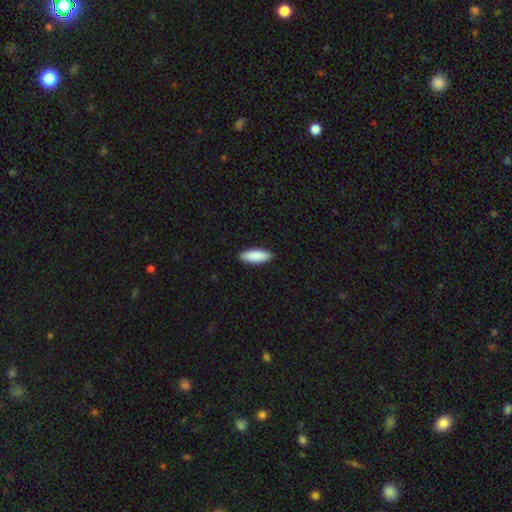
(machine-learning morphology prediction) Smooth or featured: smooth — 90% (star or artifact — 5%)
How rounded: in between — 68% (cigar-shaped — 30%)
Merging: none — 91% (minor disturbance — 7%)